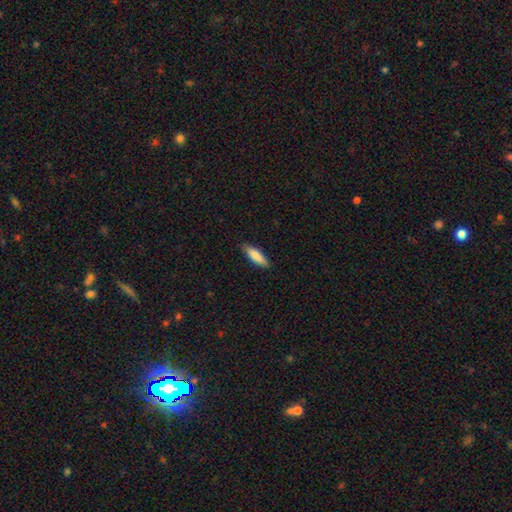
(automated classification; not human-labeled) A smooth galaxy with no disk features (83%) that is cigar-shaped (56%).

Vote fractions:
- Smooth or featured? smooth: 83% / featured or disk: 12% / star or artifact: 6%
- How rounded? cigar-shaped: 56% / in between: 42% / round: 2%
- Merging? none: 85% / minor disturbance: 12% / major disturbance: 2% / merger: 1%